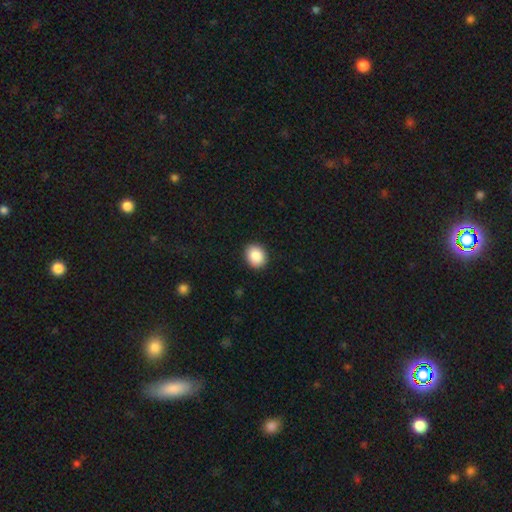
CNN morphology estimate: A smooth galaxy with no disk features (89%) that is round (64%).

Vote fractions:
- Smooth or featured? smooth: 89% / star or artifact: 8% / featured or disk: 3%
- How rounded? round: 64% / in between: 35% / cigar-shaped: 1%
- Merging? none: 91% / minor disturbance: 6% / major disturbance: 2% / merger: 1%